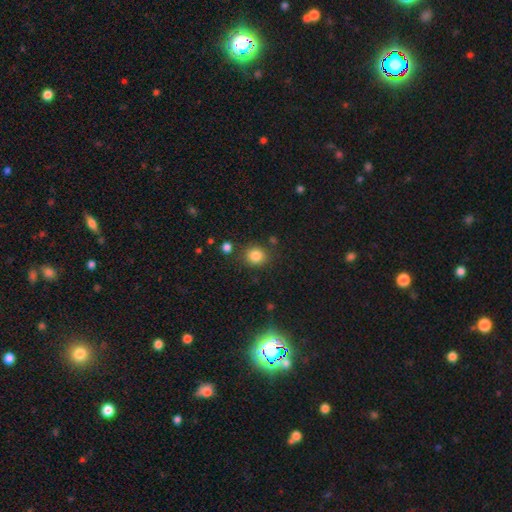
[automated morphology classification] Q: Smooth or featured?
A: smooth (84%); runner-up: star or artifact (11%)
Q: How rounded?
A: round (82%); runner-up: in between (18%)
Q: Merging?
A: none (81%); runner-up: minor disturbance (10%)